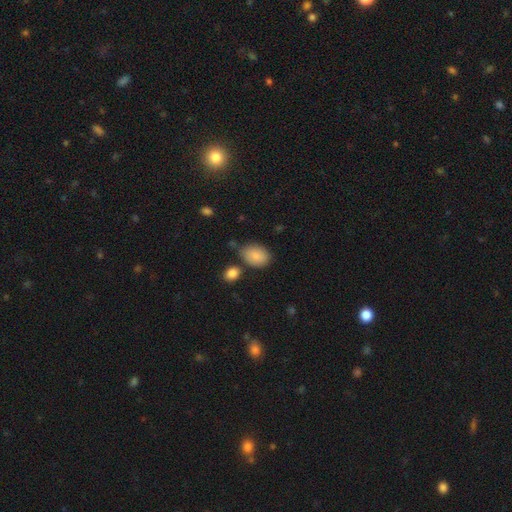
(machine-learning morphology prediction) type=smooth (86%); roundness=in between (80%); merging=none (68%).